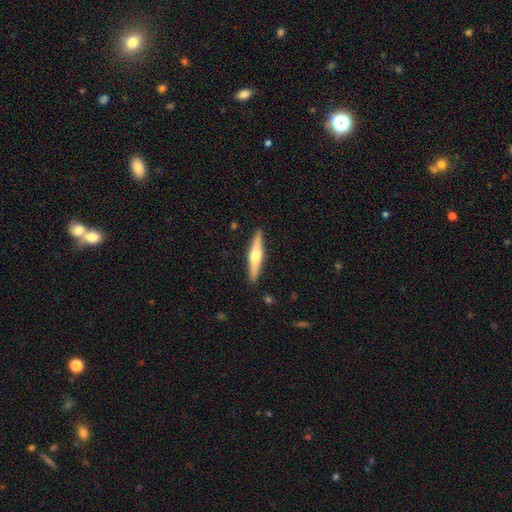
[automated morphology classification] smooth_or_featured: featured or disk (p=0.63) [alt: smooth p=0.32]
disk_edge_on: yes (p=0.97) [alt: no p=0.03]
edge_on_bulge: rounded (p=0.93) [alt: none p=0.03]
merging: none (p=0.91) [alt: minor disturbance p=0.07]